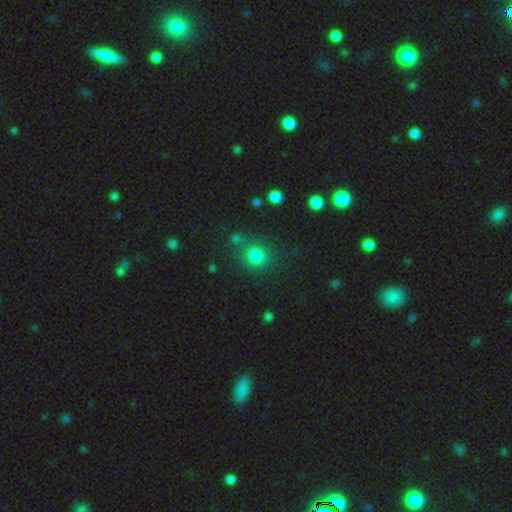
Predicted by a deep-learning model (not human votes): smooth_or_featured: smooth (p=0.77) [alt: star or artifact p=0.17]
how_rounded: round (p=0.86) [alt: in between p=0.13]
merging: none (p=0.77) [alt: minor disturbance p=0.11]